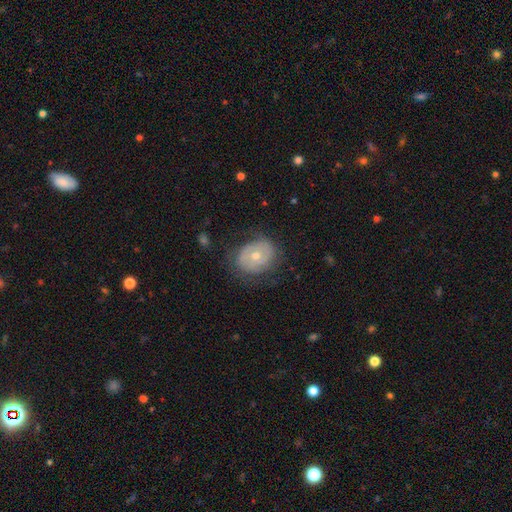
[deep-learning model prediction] Smooth or featured: featured or disk — 57% (smooth — 36%)
Edge-on disk: no — 96% (yes — 4%)
Bar: no — 72% (weak — 22%)
Spiral arms: yes — 56% (no — 44%)
Bulge size: moderate — 59% (small — 38%)
Merging: none — 67% (minor disturbance — 22%)